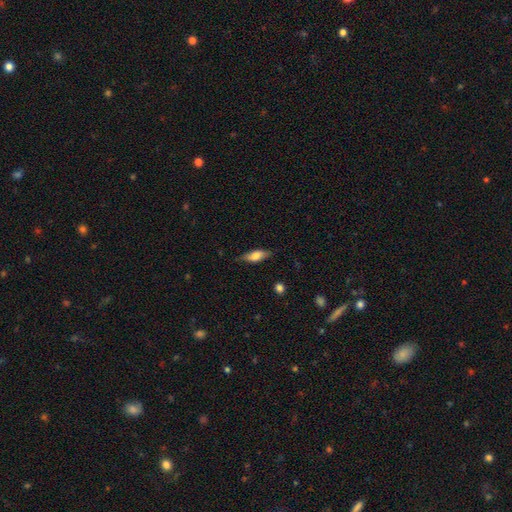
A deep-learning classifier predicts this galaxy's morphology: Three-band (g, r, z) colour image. It shows a smooth galaxy with no disk features (67%) that is in between round and cigar-shaped (65%). Merging: none (79%).